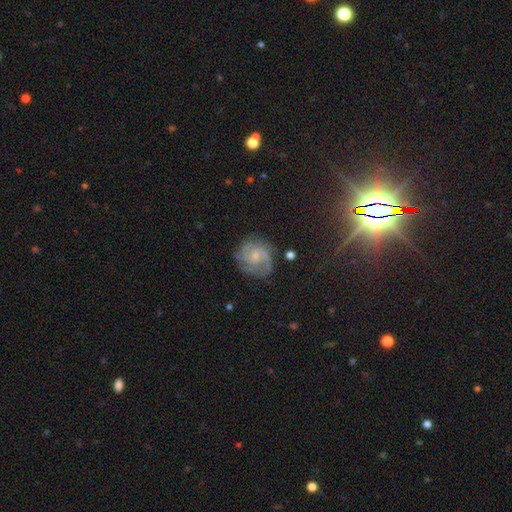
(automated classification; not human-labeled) A featured or disk galaxy (78%) with no bar (58%), 2 (41%) tight (45%) spiral arms (95%) and a small central bulge (56%). Merging: none (72%).